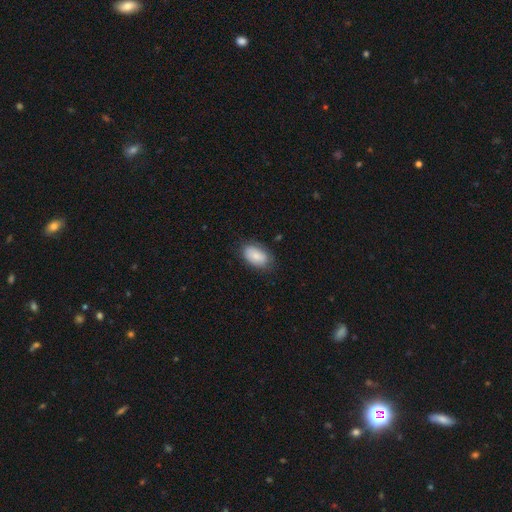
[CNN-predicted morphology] Q: Smooth or featured?
A: smooth (83%); runner-up: featured or disk (10%)
Q: How rounded?
A: in between (93%); runner-up: round (5%)
Q: Merging?
A: none (77%); runner-up: minor disturbance (18%)